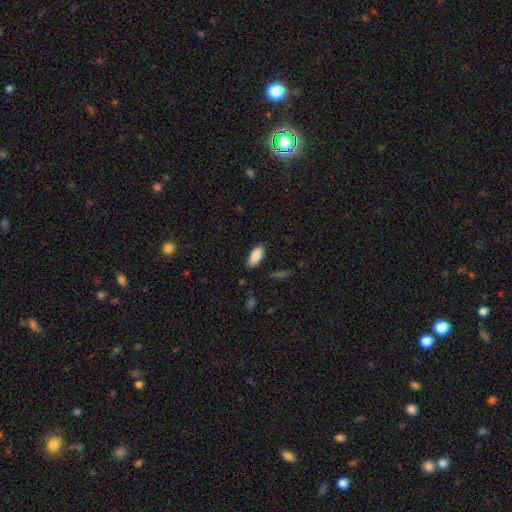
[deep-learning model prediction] Smooth or featured?
  - smooth: 89% *
  - star or artifact: 7%
  - featured or disk: 5%
How rounded?
  - in between: 87% *
  - cigar-shaped: 12%
  - round: 2%
Merging?
  - none: 85% *
  - minor disturbance: 11%
  - major disturbance: 2%
  - merger: 1%